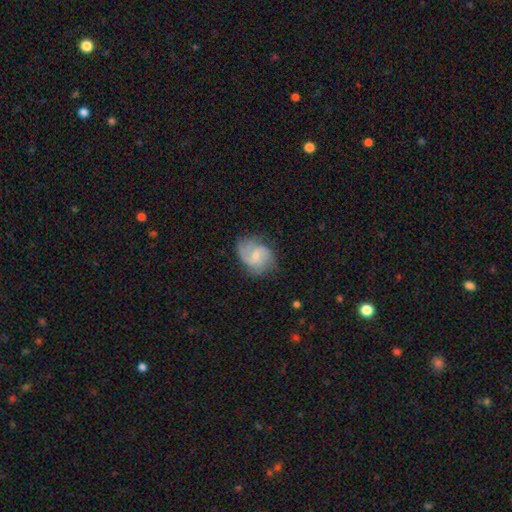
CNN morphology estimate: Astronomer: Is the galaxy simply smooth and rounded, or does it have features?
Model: featured or disk — 69%.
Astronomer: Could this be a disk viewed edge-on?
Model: no — 98%.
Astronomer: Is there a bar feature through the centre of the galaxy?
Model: no — 47%, tied with weak at 47%.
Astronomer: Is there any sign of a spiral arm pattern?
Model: yes — 93%.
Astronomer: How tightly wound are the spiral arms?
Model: medium — 48% (runner-up: loose, 31%).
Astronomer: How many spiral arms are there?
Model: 2 — 60%.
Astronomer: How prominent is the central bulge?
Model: small — 59%.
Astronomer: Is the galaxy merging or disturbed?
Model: none — 66%.